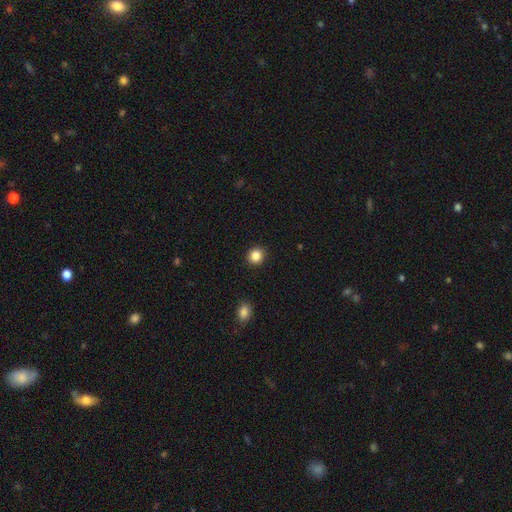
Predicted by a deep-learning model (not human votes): This appears to be a smooth galaxy with no disk features (86%) that is round (86%). Merging: none (92%).